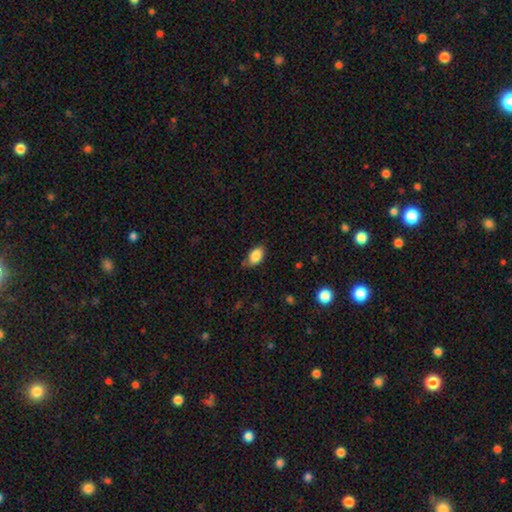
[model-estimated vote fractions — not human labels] Smooth or featured?
  - smooth: 86% *
  - star or artifact: 7%
  - featured or disk: 6%
How rounded?
  - in between: 91% *
  - round: 6%
  - cigar-shaped: 2%
Merging?
  - none: 71% *
  - minor disturbance: 23%
  - major disturbance: 4%
  - merger: 2%